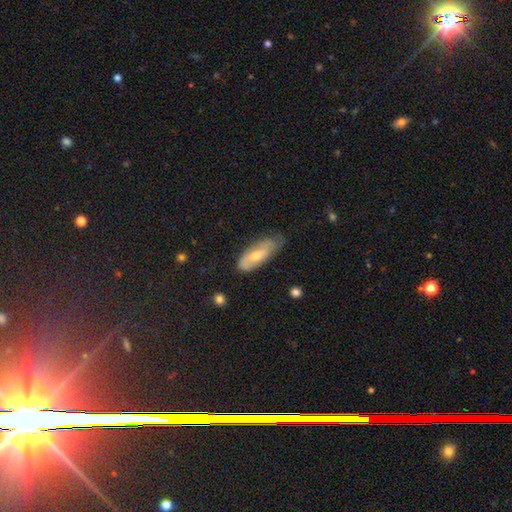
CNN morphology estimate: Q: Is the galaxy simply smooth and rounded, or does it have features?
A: smooth — 50%.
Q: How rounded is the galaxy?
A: in between — 67%.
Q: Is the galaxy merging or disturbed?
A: none — 60%.